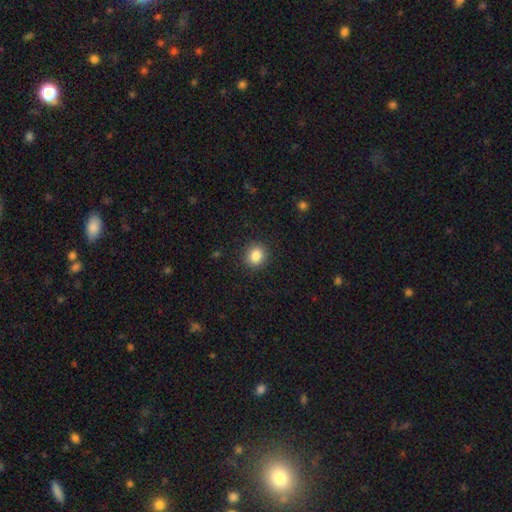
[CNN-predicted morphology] Smooth or featured? Predicted: smooth (p=0.85). How rounded? Predicted: round (p=0.86). Merging? Predicted: none (p=0.91).